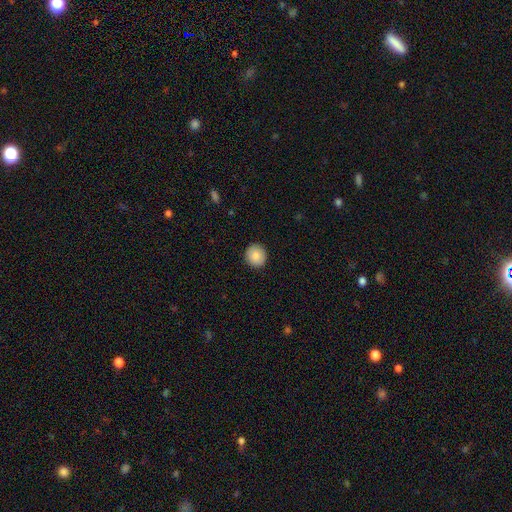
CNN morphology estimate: Smooth or featured? Predicted: smooth (p=0.86). How rounded? Predicted: round (p=0.88). Merging? Predicted: none (p=0.91).